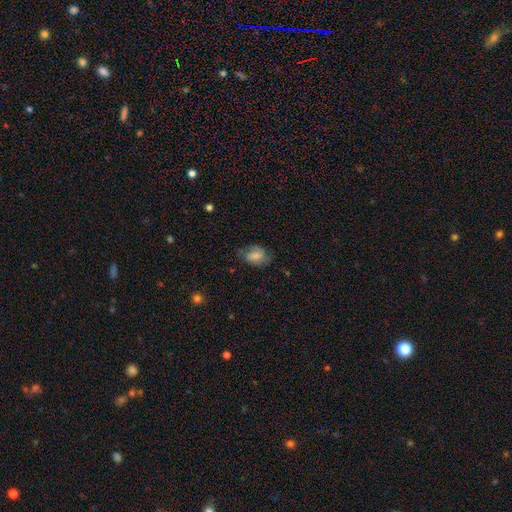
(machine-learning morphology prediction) Smooth or featured? Predicted: smooth (p=0.71). How rounded? Predicted: in between (p=0.72). Merging? Predicted: none (p=0.57).